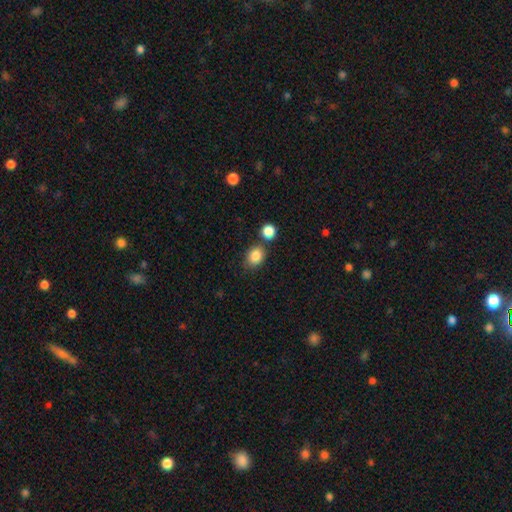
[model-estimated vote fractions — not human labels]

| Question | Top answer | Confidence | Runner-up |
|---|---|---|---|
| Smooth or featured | smooth | 86% | star or artifact (9%) |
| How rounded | in between | 56% | round (43%) |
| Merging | none | 69% | merger (14%) |